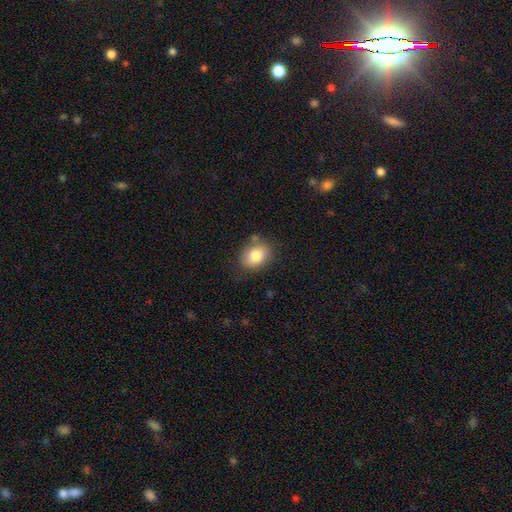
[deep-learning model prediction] smooth 82%, featured or disk 10%, star or artifact 8%. Down the decision tree: how rounded — in between (68%); merging — none (75%).